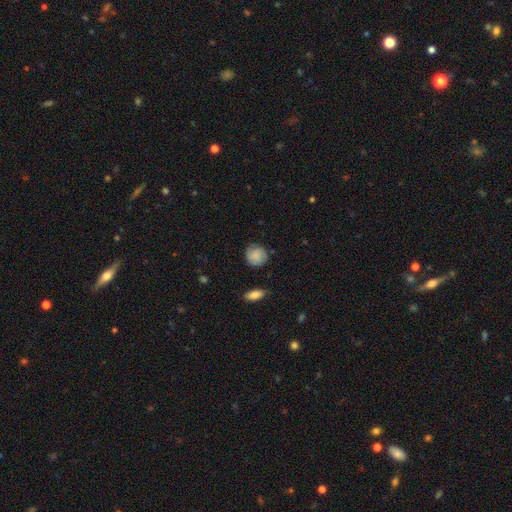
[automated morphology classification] Overall: smooth (78%). How rounded: round (85%). Merging: none (75%).